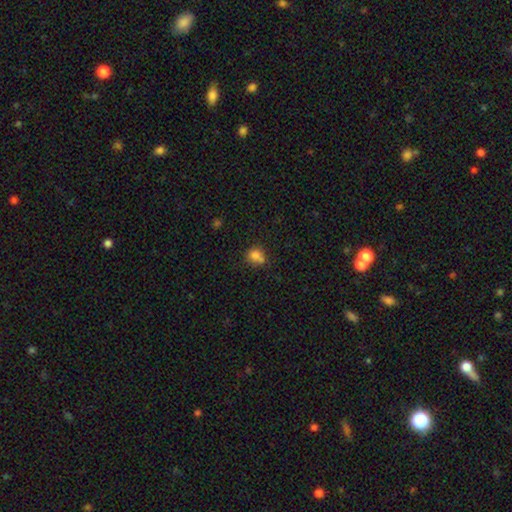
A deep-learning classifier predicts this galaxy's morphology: Smooth or featured? Predicted: smooth (p=0.79). How rounded? Predicted: round (p=0.75). Merging? Predicted: none (p=0.54).